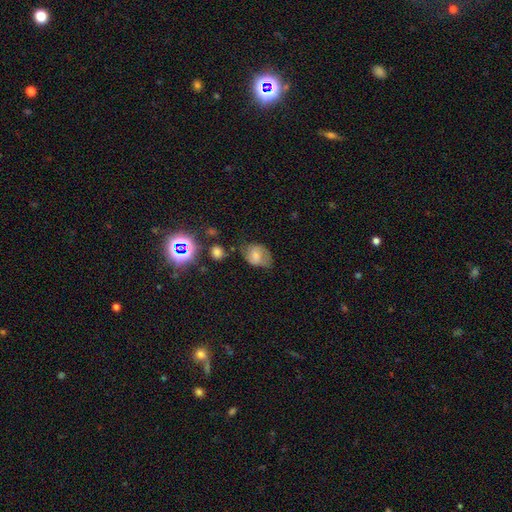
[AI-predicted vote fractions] Q: Smooth or featured?
A: smooth (61%); runner-up: featured or disk (27%)
Q: How rounded?
A: in between (67%); runner-up: round (32%)
Q: Merging?
A: none (53%); runner-up: minor disturbance (31%)